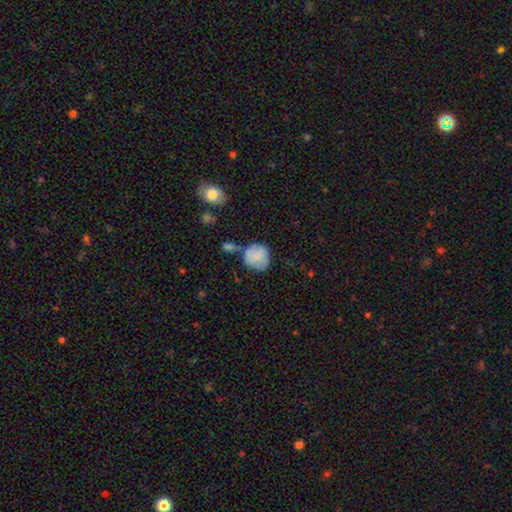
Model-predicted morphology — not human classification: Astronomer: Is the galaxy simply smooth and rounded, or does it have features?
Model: smooth — 75%.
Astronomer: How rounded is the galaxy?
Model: round — 82%.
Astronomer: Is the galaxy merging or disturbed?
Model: none — 48% (runner-up: minor disturbance, 25%).